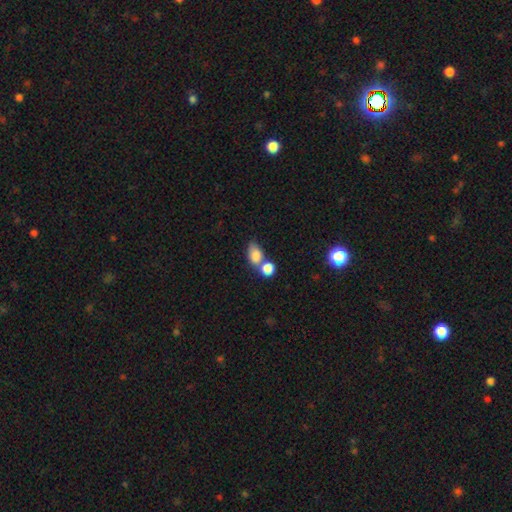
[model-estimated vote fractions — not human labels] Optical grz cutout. It shows a smooth galaxy with no disk features (82%) that is in between round and cigar-shaped (79%). Merging: merger (51%).